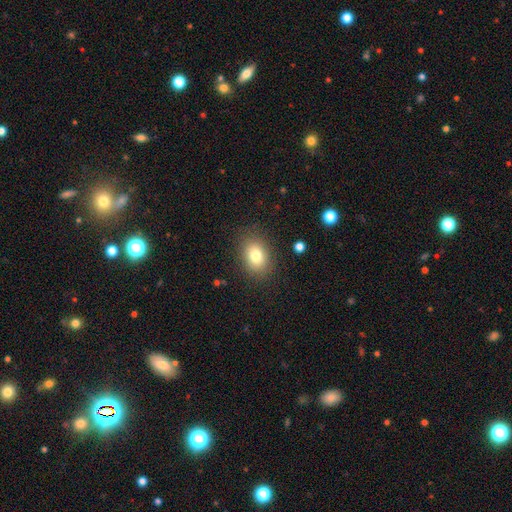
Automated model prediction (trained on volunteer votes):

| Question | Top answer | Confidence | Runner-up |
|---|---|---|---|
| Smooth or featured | smooth | 80% | featured or disk (10%) |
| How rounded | in between | 69% | round (30%) |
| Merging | none | 85% | minor disturbance (10%) |